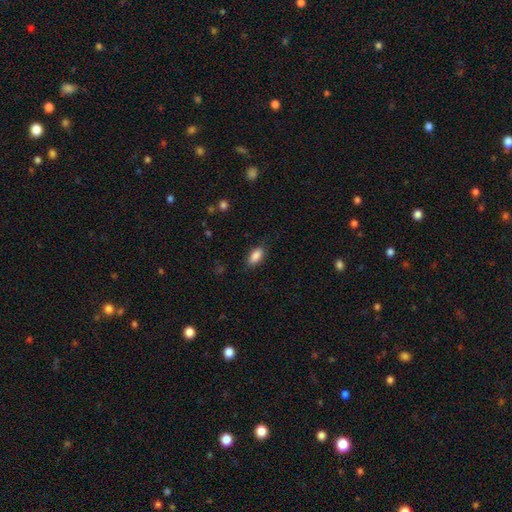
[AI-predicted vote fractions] Smooth or featured?
  - smooth: 87% *
  - star or artifact: 7%
  - featured or disk: 5%
How rounded?
  - in between: 88% *
  - cigar-shaped: 8%
  - round: 3%
Merging?
  - none: 83% *
  - minor disturbance: 13%
  - major disturbance: 3%
  - merger: 1%